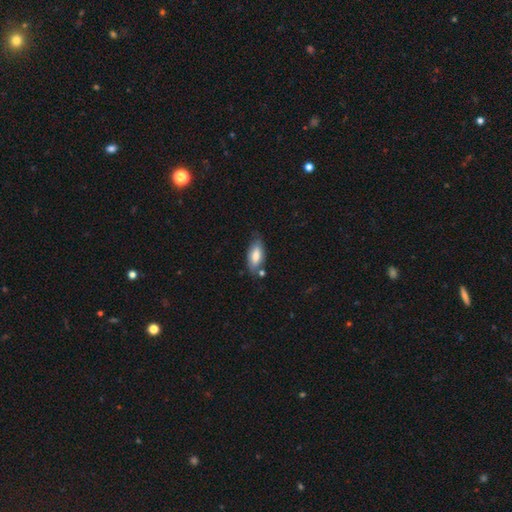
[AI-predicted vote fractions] A smooth galaxy with no disk features (76%) that is in between round and cigar-shaped (83%). Merging: none (66%).